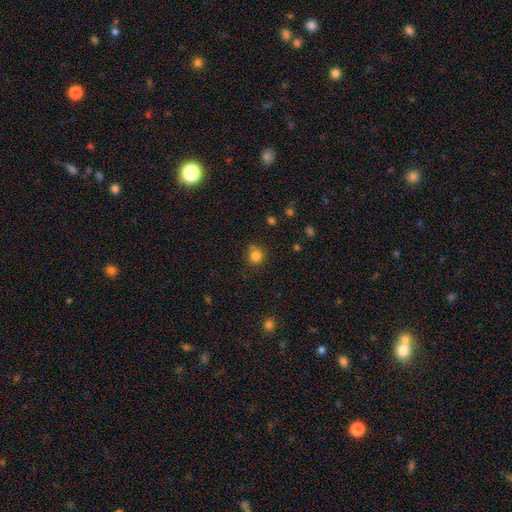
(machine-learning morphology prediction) smooth_or_featured: smooth (p=0.81) [alt: star or artifact p=0.13]
how_rounded: round (p=0.91) [alt: in between p=0.09]
merging: none (p=0.71) [alt: minor disturbance p=0.13]